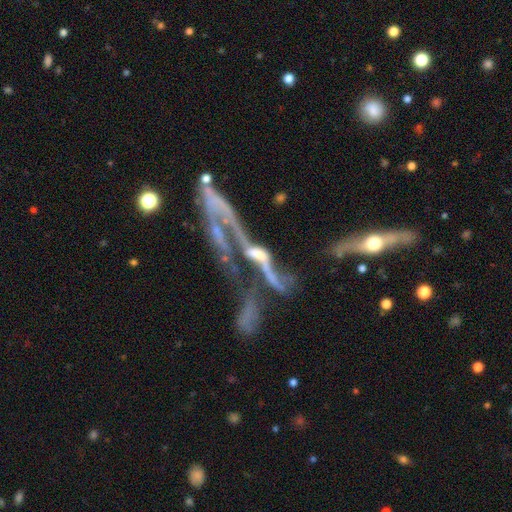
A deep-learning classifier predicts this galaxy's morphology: The model was most divided on "merging": merger: 44%, major disturbance: 28%, none: 17%, minor disturbance: 11%. More confident: smooth or featured — featured or disk (73%); edge-on disk — no (59%).